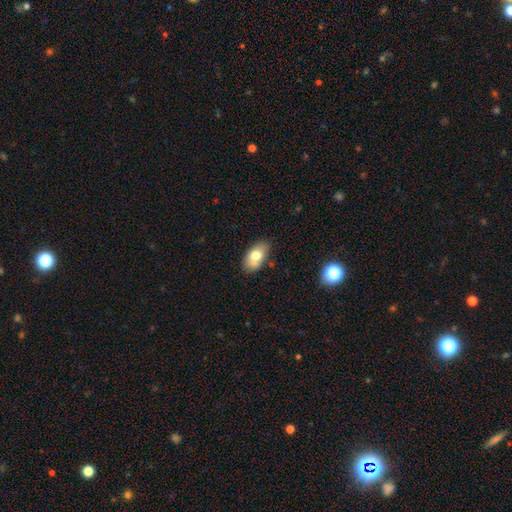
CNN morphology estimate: This is likely a smooth galaxy (73%). How rounded: clearly in between (91%). Merging: likely none (67%).